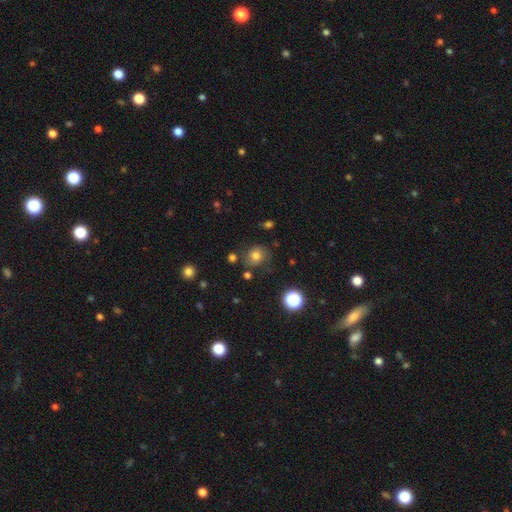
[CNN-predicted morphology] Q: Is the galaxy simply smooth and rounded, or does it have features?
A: smooth — 69%.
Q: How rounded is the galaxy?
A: round — 68%.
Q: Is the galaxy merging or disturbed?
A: none — 71%.